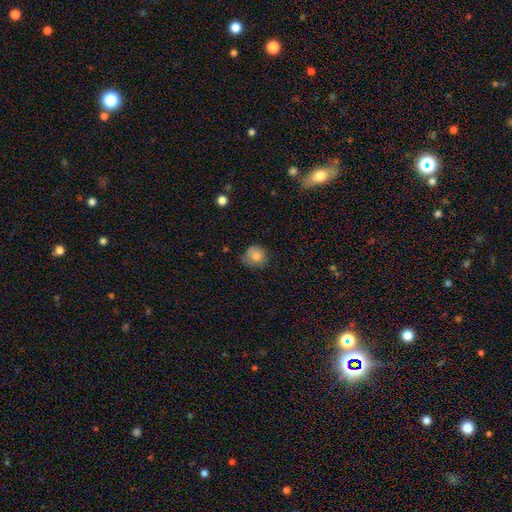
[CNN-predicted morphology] Smooth or featured?
  - smooth: 79% *
  - featured or disk: 12%
  - star or artifact: 9%
How rounded?
  - round: 83% *
  - in between: 16%
  - cigar-shaped: 1%
Merging?
  - none: 63% *
  - minor disturbance: 28%
  - major disturbance: 8%
  - merger: 2%